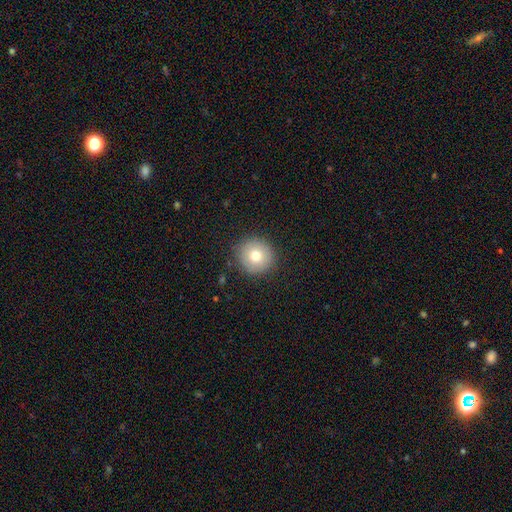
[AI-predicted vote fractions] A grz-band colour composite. It shows a smooth galaxy with no disk features (76%) that is round (94%). Merging: none (89%).